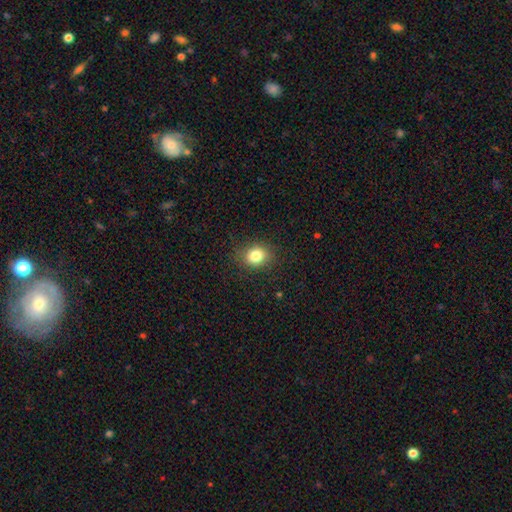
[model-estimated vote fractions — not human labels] smooth_or_featured: smooth (p=0.83) [alt: star or artifact p=0.11]
how_rounded: round (p=0.57) [alt: in between p=0.42]
merging: none (p=0.84) [alt: minor disturbance p=0.11]